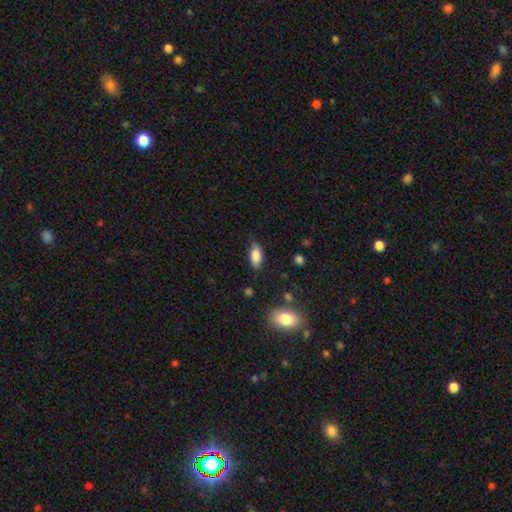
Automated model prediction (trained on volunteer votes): Overall: smooth (82%). How rounded: in between (87%). Merging: none (66%).